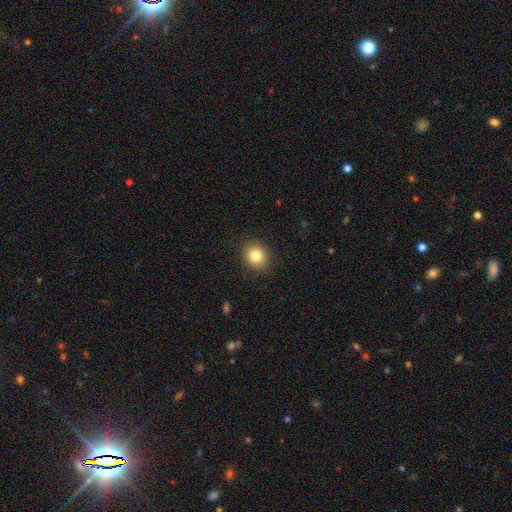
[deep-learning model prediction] Smooth or featured: smooth — 82% (star or artifact — 11%)
How rounded: round — 72% (in between — 27%)
Merging: none — 89% (minor disturbance — 8%)